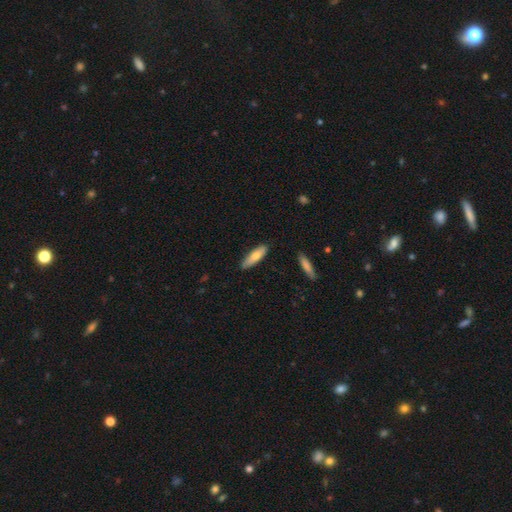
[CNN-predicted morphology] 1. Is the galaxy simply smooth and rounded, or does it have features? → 70% smooth, 24% featured or disk, 6% star or artifact.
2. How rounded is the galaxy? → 61% cigar-shaped, 37% in between, 2% round.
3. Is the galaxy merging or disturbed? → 85% none, 12% minor disturbance, 2% major disturbance, 2% merger.